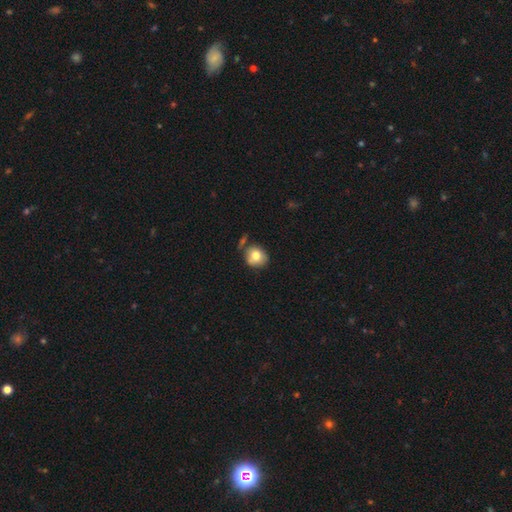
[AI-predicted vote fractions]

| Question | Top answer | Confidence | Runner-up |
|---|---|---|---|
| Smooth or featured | smooth | 77% | featured or disk (14%) |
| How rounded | round | 80% | in between (19%) |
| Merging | none | 63% | minor disturbance (18%) |